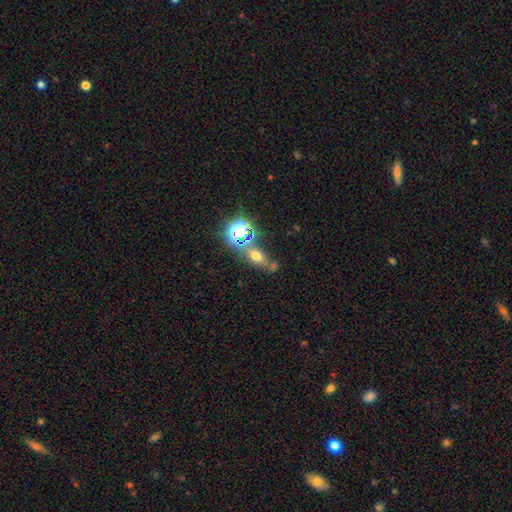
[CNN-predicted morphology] smooth-or-featured: smooth: 54% | star or artifact: 29% | featured or disk: 16%
  how-rounded: in between: 61% | round: 27% | cigar-shaped: 12%
  merging: none: 60% | merger: 19% | minor disturbance: 14% | major disturbance: 6%